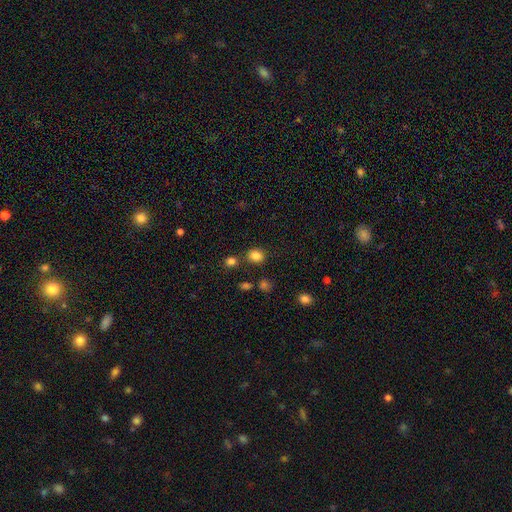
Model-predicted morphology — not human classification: smooth 83%, star or artifact 12%, featured or disk 5%. Down the decision tree: how rounded — round (68%); merging — none (79%).